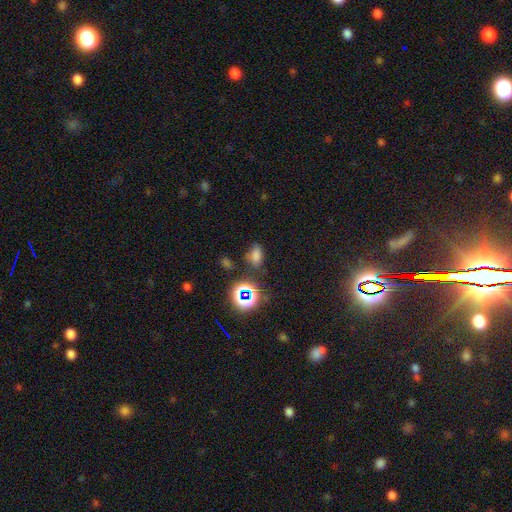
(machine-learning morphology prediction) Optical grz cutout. It shows a smooth galaxy with no disk features (63%) that is in between round and cigar-shaped (80%). Merging: none (64%).